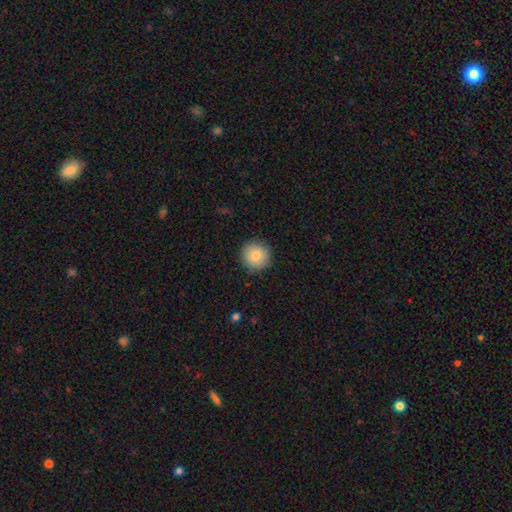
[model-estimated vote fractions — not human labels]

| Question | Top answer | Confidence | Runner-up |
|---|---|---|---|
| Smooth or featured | smooth | 84% | featured or disk (8%) |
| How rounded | round | 95% | in between (4%) |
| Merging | none | 90% | minor disturbance (7%) |